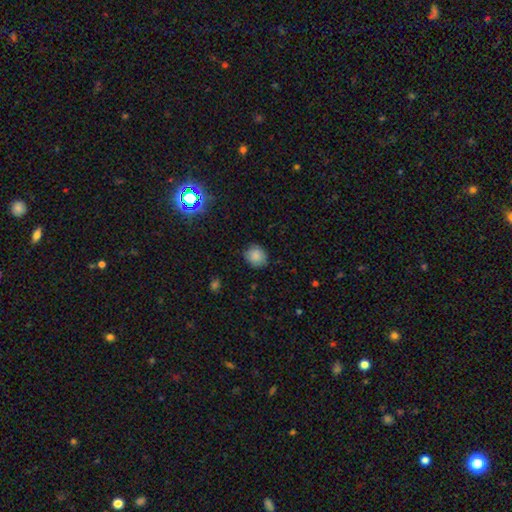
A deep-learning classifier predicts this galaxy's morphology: smooth 85%, star or artifact 10%, featured or disk 6%. Down the decision tree: how rounded — round (77%); merging — none (81%).